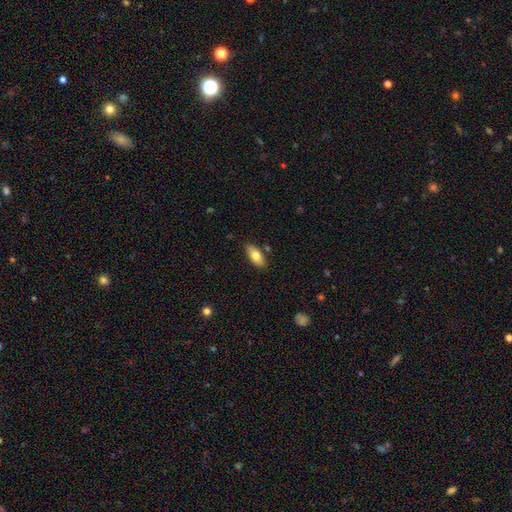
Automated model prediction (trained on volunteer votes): Smooth or featured? Predicted: smooth (p=0.76). How rounded? Predicted: in between (p=0.88). Merging? Predicted: none (p=0.83).